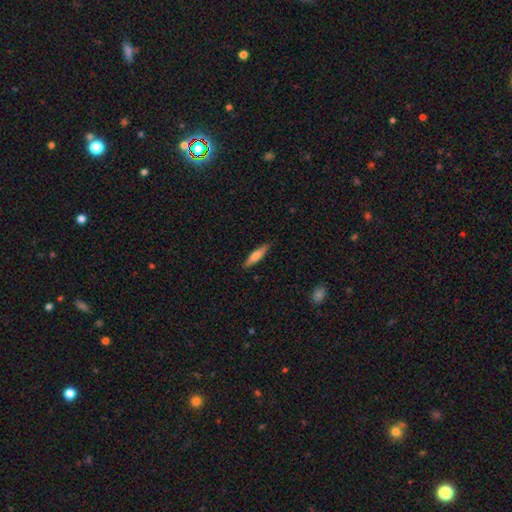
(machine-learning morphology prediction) smooth_or_featured: smooth (p=0.65) [alt: featured or disk p=0.29]
how_rounded: cigar-shaped (p=0.79) [alt: in between p=0.20]
merging: none (p=0.88) [alt: minor disturbance p=0.09]